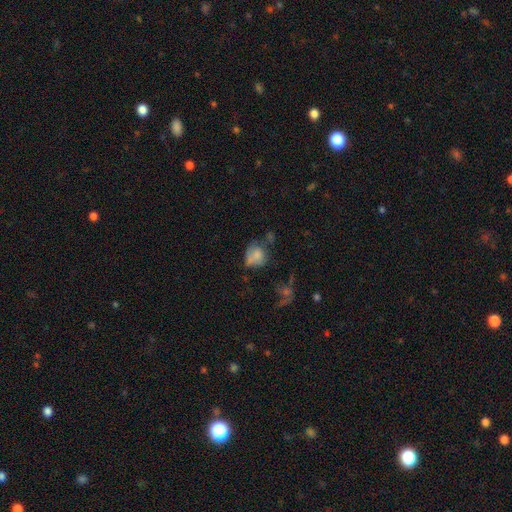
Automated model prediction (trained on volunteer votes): smooth 68%, featured or disk 20%, star or artifact 12%. Down the decision tree: how rounded — round (61%); merging — none (35%).